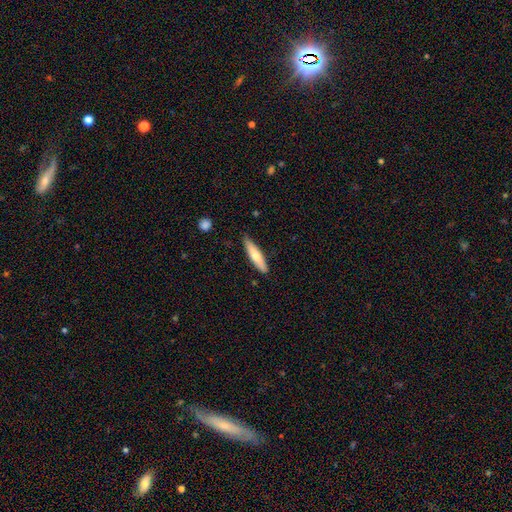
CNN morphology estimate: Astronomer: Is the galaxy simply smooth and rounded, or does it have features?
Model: smooth — 62%.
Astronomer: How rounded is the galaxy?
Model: cigar-shaped — 79%.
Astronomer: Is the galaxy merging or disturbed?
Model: none — 85%.